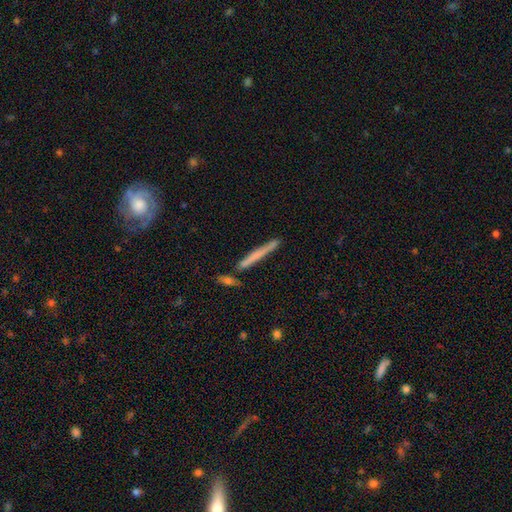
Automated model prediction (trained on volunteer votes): A smooth galaxy with no disk features (53%) that is cigar-shaped (96%).

Vote fractions:
- Smooth or featured? smooth: 53% / featured or disk: 40% / star or artifact: 7%
- How rounded? cigar-shaped: 96% / in between: 2% / round: 2%
- Merging? none: 81% / minor disturbance: 10% / merger: 7% / major disturbance: 2%